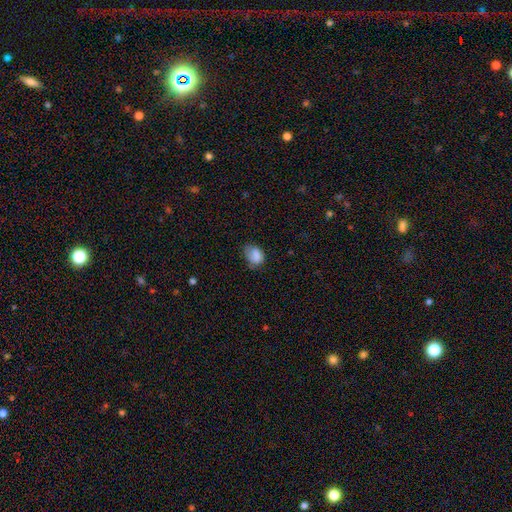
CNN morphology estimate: smooth-or-featured: smooth: 82% | featured or disk: 9% | star or artifact: 9%
  how-rounded: in between: 73% | round: 26% | cigar-shaped: 1%
  merging: none: 48% | minor disturbance: 36% | major disturbance: 13% | merger: 2%